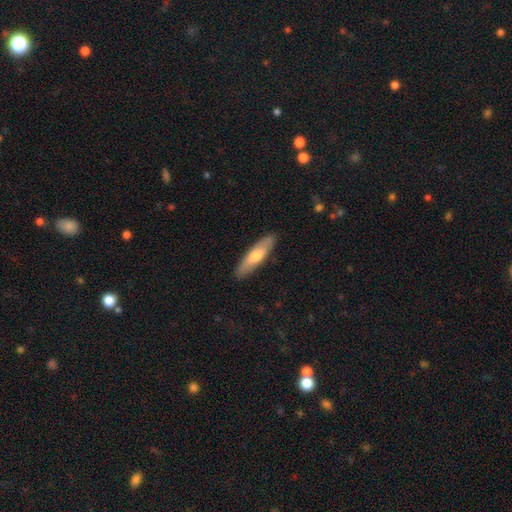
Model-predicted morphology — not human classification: A smooth galaxy with no disk features (60%) that is cigar-shaped (71%). Merging: none (88%).